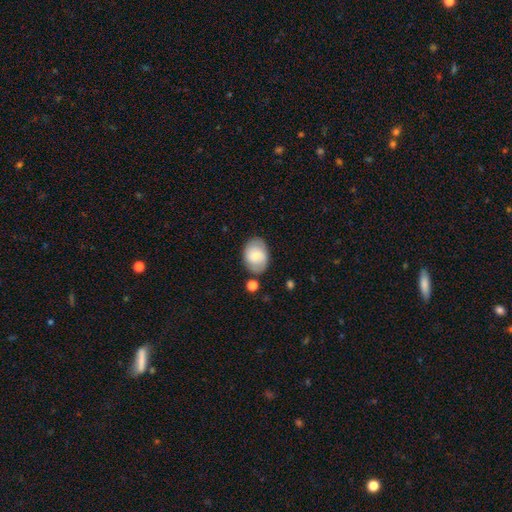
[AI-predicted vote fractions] Smooth or featured? Predicted: smooth (p=0.65). How rounded? Predicted: in between (p=0.73). Merging? Predicted: none (p=0.74).